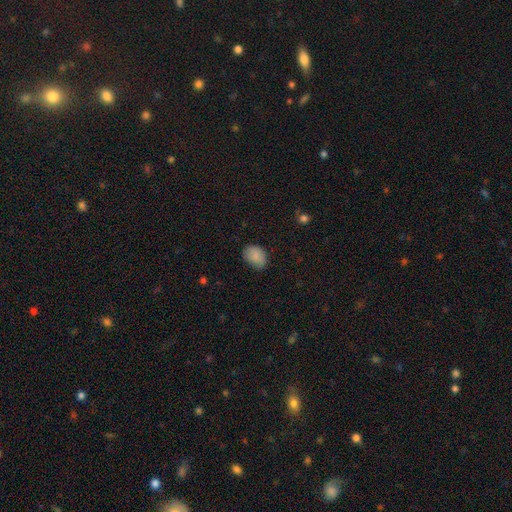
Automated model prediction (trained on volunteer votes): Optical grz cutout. It shows a smooth galaxy with no disk features (86%) that is in between round and cigar-shaped (71%). Merging: none (68%).